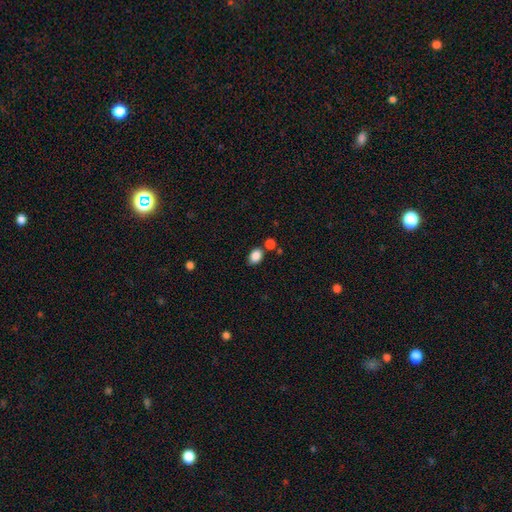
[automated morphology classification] This appears to be a smooth galaxy with no disk features (87%) that is in between round and cigar-shaped (73%). Merging: none (71%).